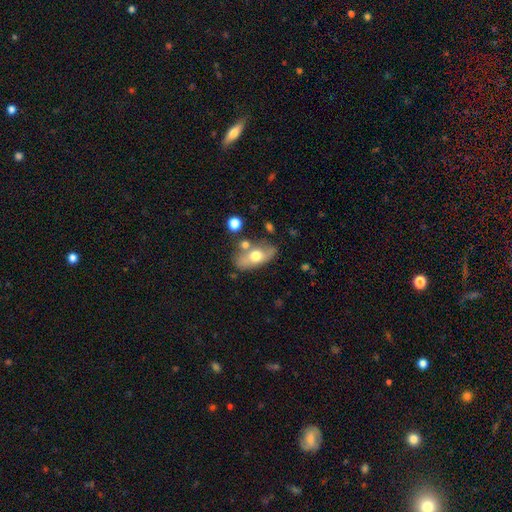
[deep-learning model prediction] This is possibly a smooth galaxy (56%). How rounded: clearly in between (84%). Merging: likely none (62%).